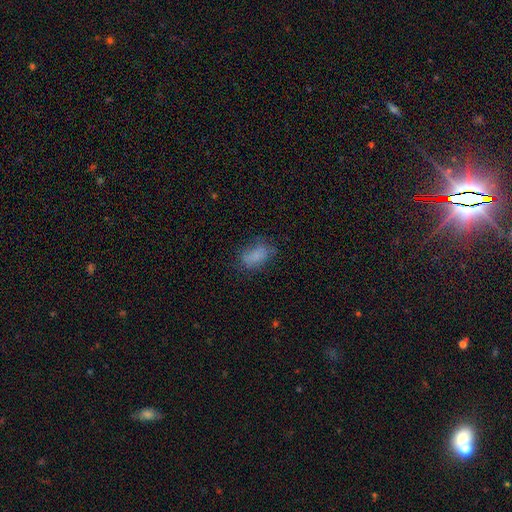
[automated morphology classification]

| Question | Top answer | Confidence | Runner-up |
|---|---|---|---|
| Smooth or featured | smooth | 73% | featured or disk (16%) |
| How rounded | in between | 87% | round (8%) |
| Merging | none | 61% | minor disturbance (24%) |